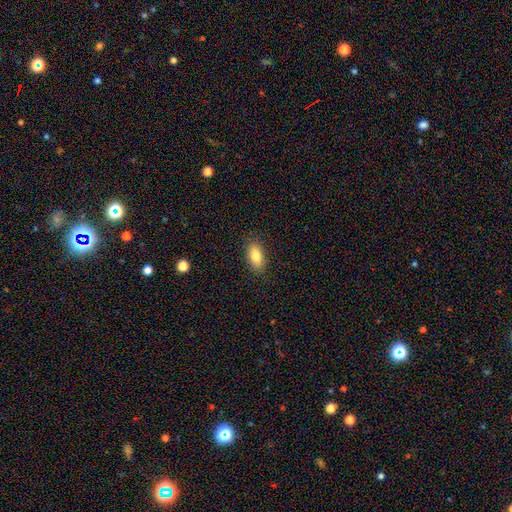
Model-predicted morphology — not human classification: A smooth galaxy with no disk features (81%) that is in between round and cigar-shaped (89%).

Vote fractions:
- Smooth or featured? smooth: 81% / featured or disk: 11% / star or artifact: 8%
- How rounded? in between: 89% / cigar-shaped: 7% / round: 4%
- Merging? none: 88% / minor disturbance: 9% / major disturbance: 2% / merger: 1%